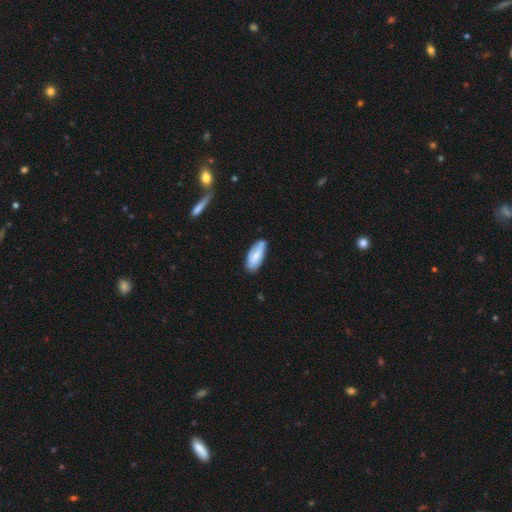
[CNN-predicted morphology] This is likely a smooth galaxy (71%). How rounded: likely in between (78%). Merging: likely none (62%).